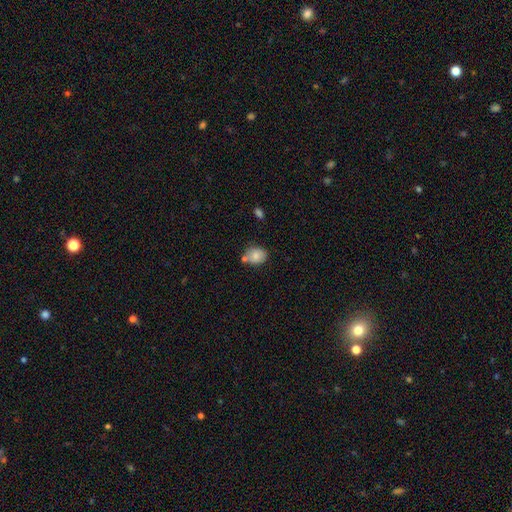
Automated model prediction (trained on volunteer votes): Morphology: type=smooth (81%); roundness=round (57%); merging=none (62%).